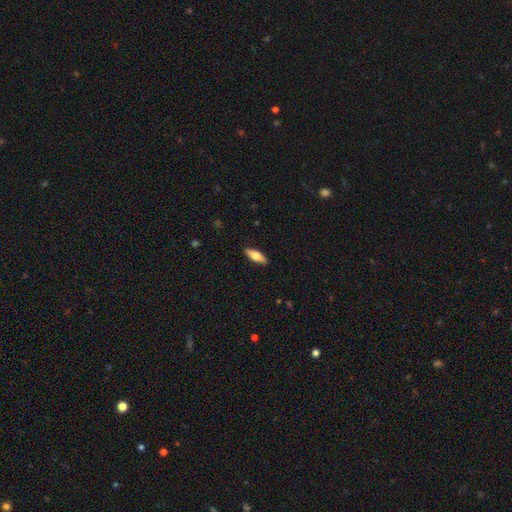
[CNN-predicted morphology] Smooth or featured: smooth — 68% (featured or disk — 26%)
How rounded: in between — 60% (cigar-shaped — 38%)
Merging: none — 89% (minor disturbance — 8%)